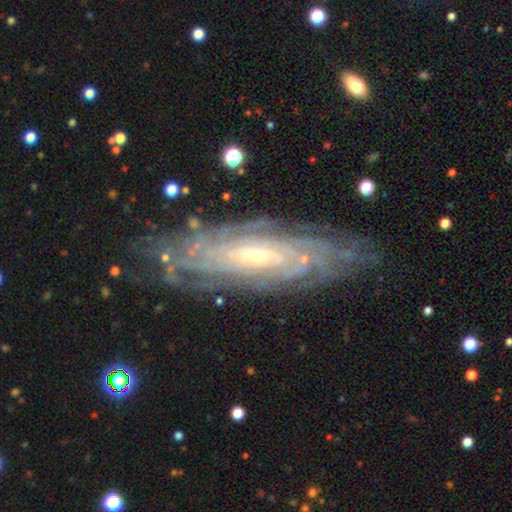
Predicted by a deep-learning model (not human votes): smooth-or-featured: featured or disk: 85% | smooth: 9% | star or artifact: 6%
  disk-edge-on: no: 82% | yes: 18%
    bar: no: 49% | weak: 36% | strong: 15%
    has-spiral-arms: yes: 94% | no: 6%
      spiral-winding: tight: 80% | medium: 17% | loose: 4%
      spiral-arm-count: can't tell: 52% | more than 4: 15% | 4: 12% | 3: 8% | 2: 7% | 1: 5%
    bulge-size: small: 58% | moderate: 33% | large: 4% | none: 3% | dominant: 1%
  merging: none: 78% | minor disturbance: 15% | major disturbance: 5% | merger: 2%